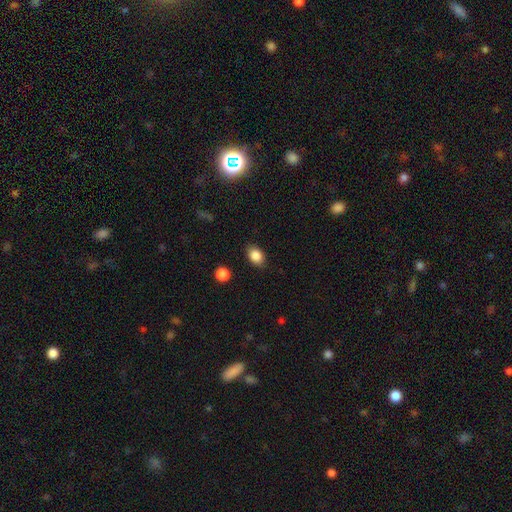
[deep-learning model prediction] The model was most divided on "how rounded": in between: 77%, round: 22%, cigar-shaped: 1%. More confident: smooth or featured — smooth (86%); merging — none (86%).